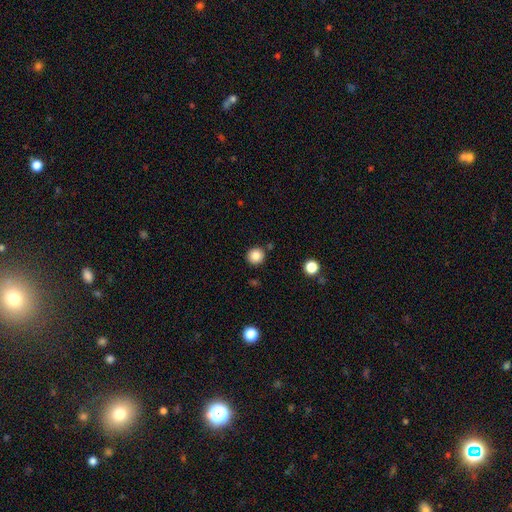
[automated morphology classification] Q: Smooth or featured?
A: smooth (85%); runner-up: star or artifact (10%)
Q: How rounded?
A: round (93%); runner-up: in between (6%)
Q: Merging?
A: none (87%); runner-up: minor disturbance (7%)